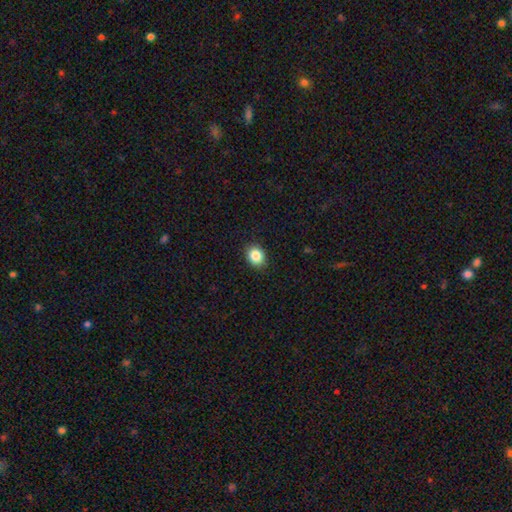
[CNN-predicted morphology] Smooth or featured?
  - smooth: 86% *
  - star or artifact: 9%
  - featured or disk: 5%
How rounded?
  - round: 55% *
  - in between: 44%
  - cigar-shaped: 1%
Merging?
  - none: 89% *
  - minor disturbance: 8%
  - major disturbance: 2%
  - merger: 1%